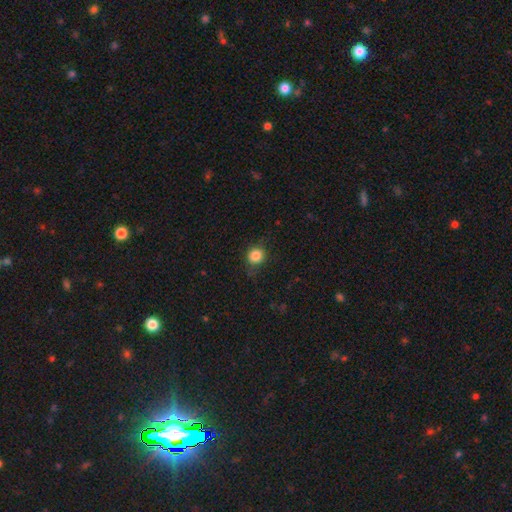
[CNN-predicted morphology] smooth-or-featured: smooth: 84% | star or artifact: 11% | featured or disk: 5%
  how-rounded: round: 89% | in between: 10% | cigar-shaped: 1%
  merging: none: 81% | minor disturbance: 14% | major disturbance: 4% | merger: 1%